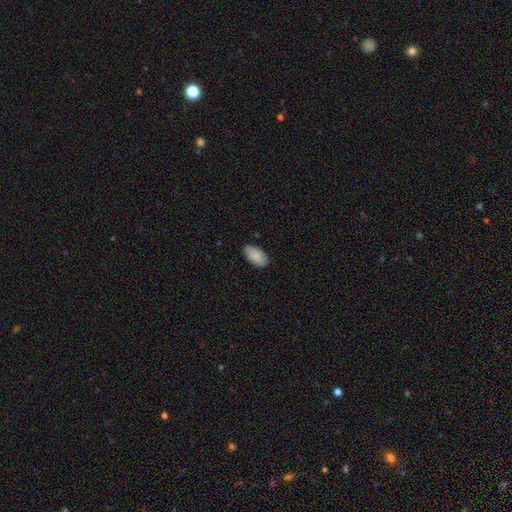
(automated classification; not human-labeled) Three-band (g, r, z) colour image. It shows a smooth galaxy with no disk features (88%) that is in between round and cigar-shaped (95%). Merging: none (85%).